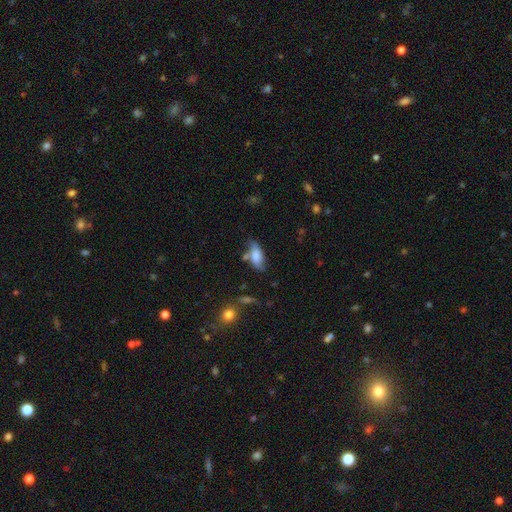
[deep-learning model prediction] The model was most divided on "merging": none: 51%, minor disturbance: 28%, major disturbance: 10%, merger: 10%. More confident: how rounded — in between (86%); smooth or featured — smooth (64%).